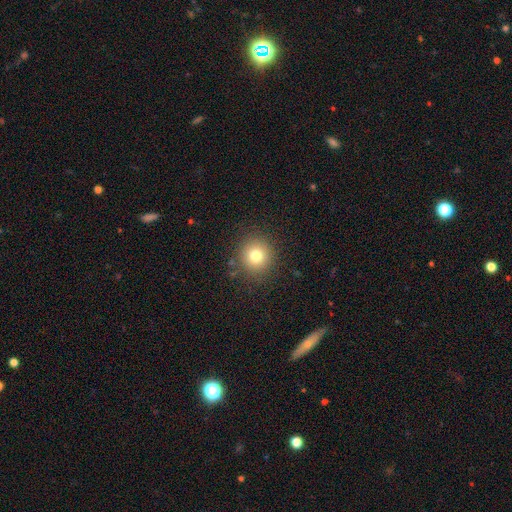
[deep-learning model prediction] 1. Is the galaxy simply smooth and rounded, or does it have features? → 77% smooth, 13% star or artifact, 10% featured or disk.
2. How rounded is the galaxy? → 93% round, 6% in between, 1% cigar-shaped.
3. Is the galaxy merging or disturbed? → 88% none, 7% minor disturbance, 3% major disturbance, 1% merger.